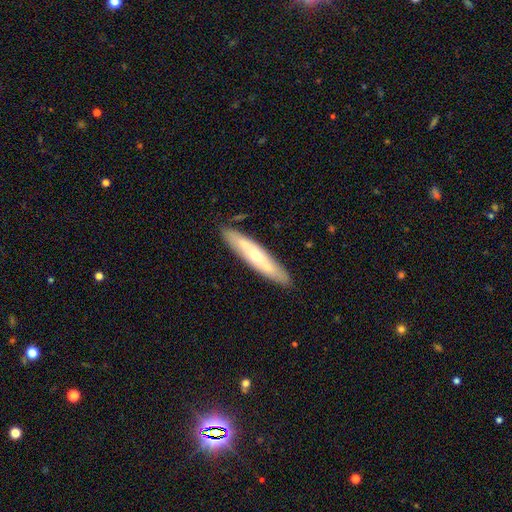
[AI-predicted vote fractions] Smooth or featured?
  - featured or disk: 50% *
  - smooth: 45%
  - star or artifact: 5%
Merging?
  - none: 87% *
  - minor disturbance: 9%
  - major disturbance: 2%
  - merger: 1%